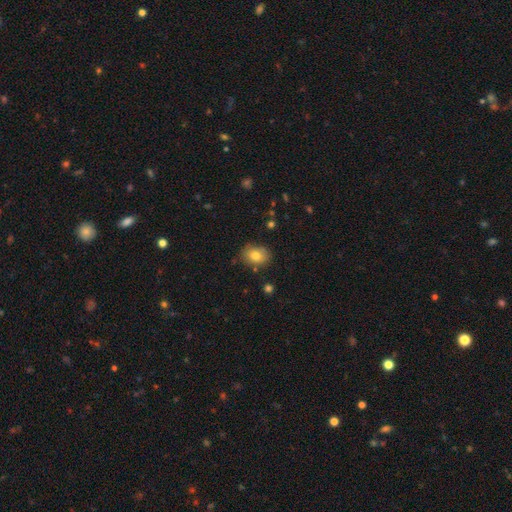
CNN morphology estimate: smooth_or_featured: smooth (p=0.79) [alt: featured or disk p=0.12]
how_rounded: in between (p=0.68) [alt: round p=0.31]
merging: none (p=0.80) [alt: minor disturbance p=0.15]